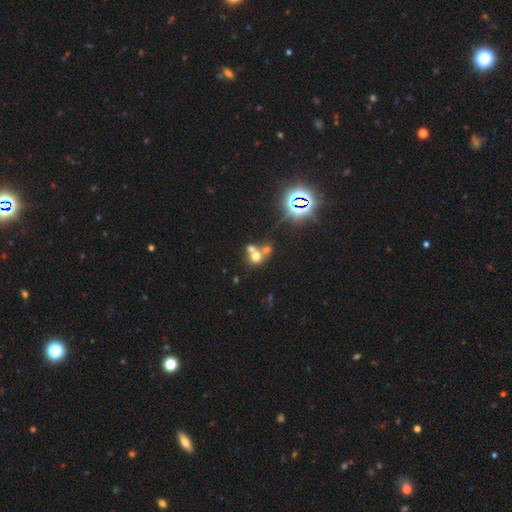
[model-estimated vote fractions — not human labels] Smooth or featured? Predicted: smooth (p=0.60). How rounded? Predicted: round (p=0.79). Merging? Predicted: merger (p=0.56).